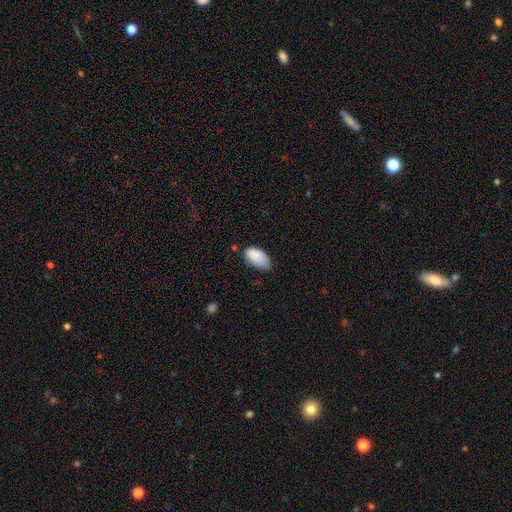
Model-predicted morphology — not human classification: Overall: smooth (84%). How rounded: in between (94%). Merging: minor disturbance (48%; none 37%).